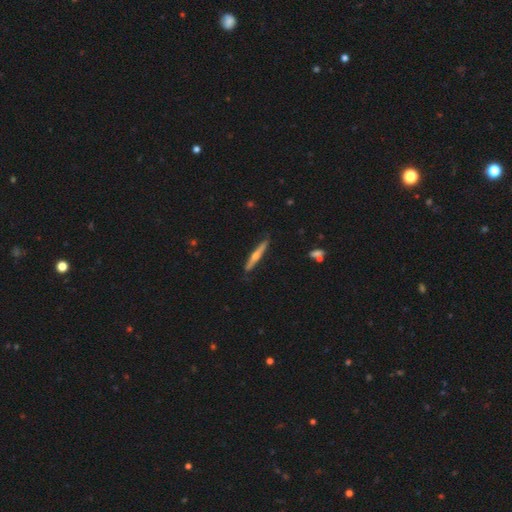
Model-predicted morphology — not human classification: Smooth or featured: featured or disk — 61% (smooth — 34%)
Edge-on disk: yes — 97% (no — 3%)
Edge-on bulge: rounded — 85% (none — 12%)
Merging: none — 87% (minor disturbance — 10%)